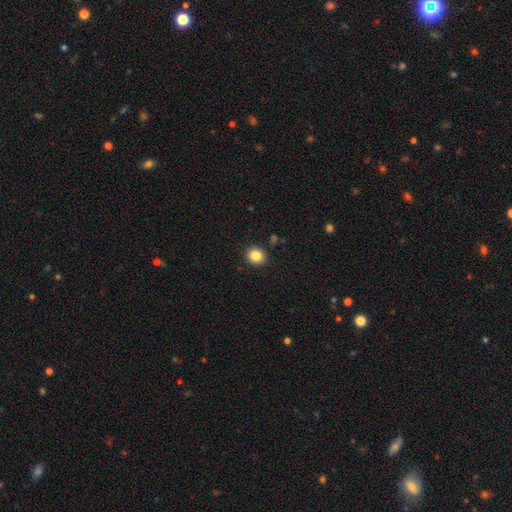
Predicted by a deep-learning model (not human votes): Smooth or featured?
  - smooth: 84% *
  - star or artifact: 10%
  - featured or disk: 6%
How rounded?
  - round: 80% *
  - in between: 19%
  - cigar-shaped: 1%
Merging?
  - none: 90% *
  - minor disturbance: 7%
  - major disturbance: 2%
  - merger: 2%